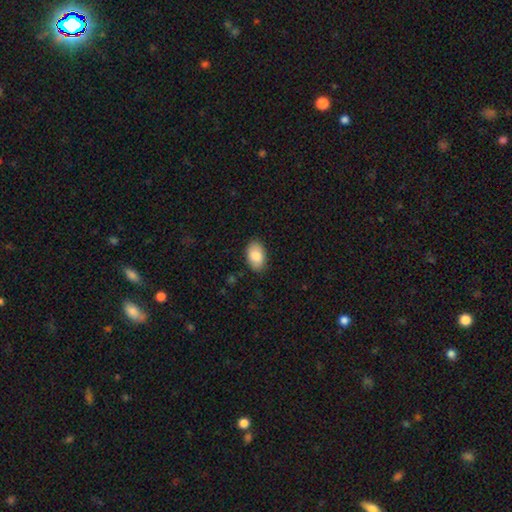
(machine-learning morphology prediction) smooth-or-featured: smooth: 85% | featured or disk: 8% | star or artifact: 6%
  how-rounded: in between: 92% | round: 7% | cigar-shaped: 1%
  merging: none: 86% | minor disturbance: 11% | major disturbance: 2% | merger: 1%